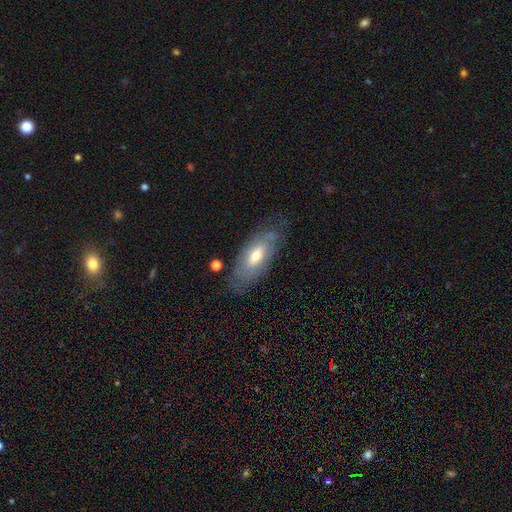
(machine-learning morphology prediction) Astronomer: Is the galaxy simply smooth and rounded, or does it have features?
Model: smooth — 48% (runner-up: featured or disk, 46%).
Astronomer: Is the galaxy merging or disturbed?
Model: none — 71%.